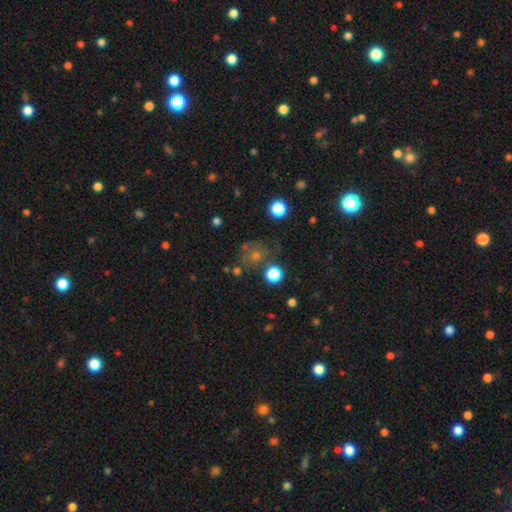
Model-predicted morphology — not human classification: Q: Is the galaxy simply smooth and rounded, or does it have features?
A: smooth — 43%.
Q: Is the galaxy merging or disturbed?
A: none — 65%.